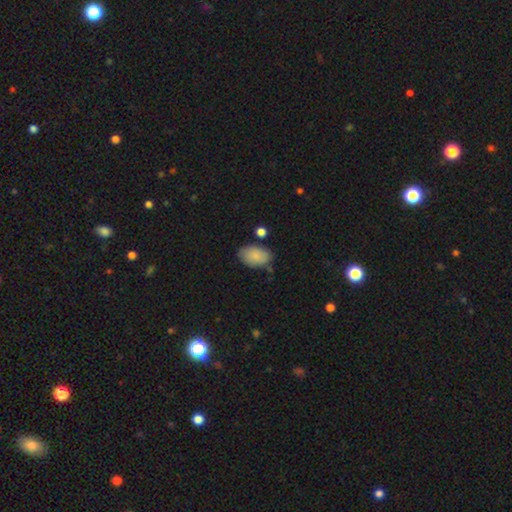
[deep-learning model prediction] smooth 86%, featured or disk 7%, star or artifact 6%. Down the decision tree: how rounded — in between (91%); merging — none (74%).